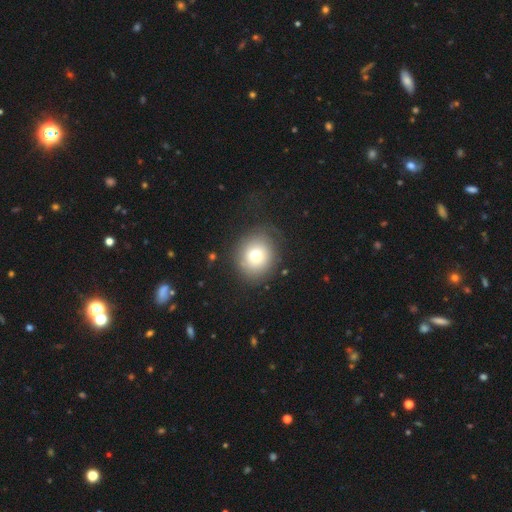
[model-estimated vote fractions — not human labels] smooth_or_featured: smooth (p=0.72) [alt: featured or disk p=0.16]
how_rounded: round (p=0.81) [alt: in between p=0.19]
merging: none (p=0.75) [alt: minor disturbance p=0.15]